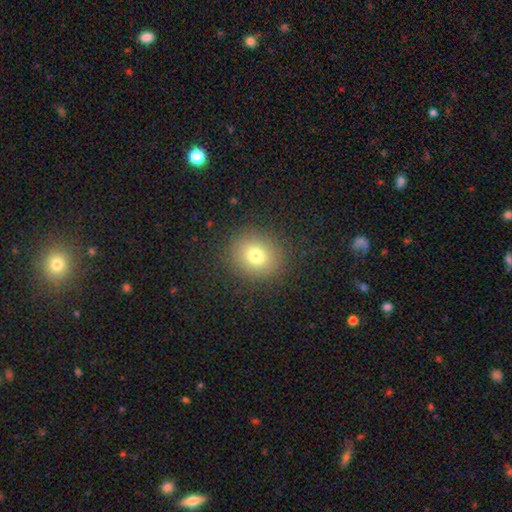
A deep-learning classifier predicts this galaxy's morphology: A smooth galaxy with no disk features (76%) that is round (76%).

Vote fractions:
- Smooth or featured? smooth: 76% / star or artifact: 14% / featured or disk: 10%
- How rounded? round: 76% / in between: 23% / cigar-shaped: 1%
- Merging? none: 87% / minor disturbance: 8% / major disturbance: 4% / merger: 1%